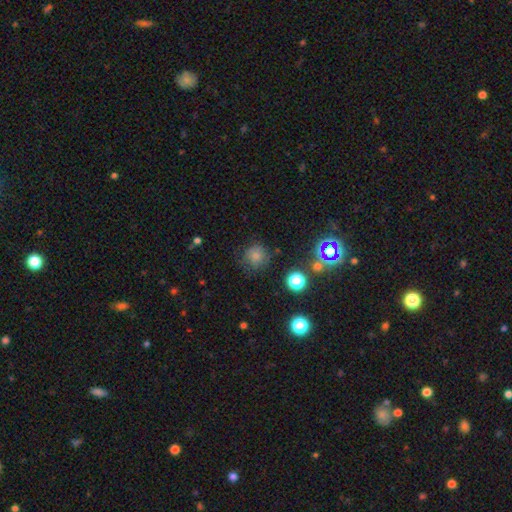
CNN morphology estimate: The model was most divided on "smooth or featured": smooth: 71%, star or artifact: 19%, featured or disk: 10%. More confident: how rounded — round (90%); merging — none (73%).